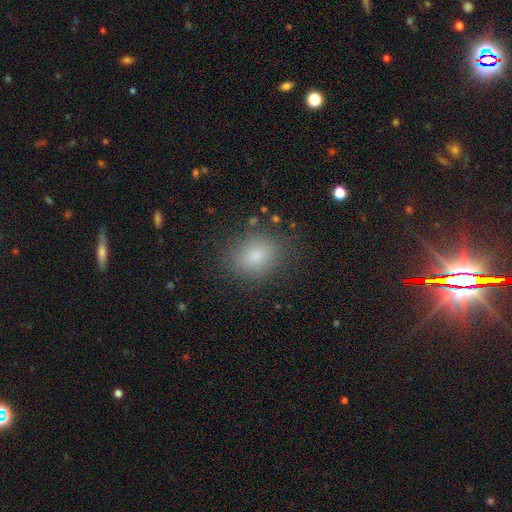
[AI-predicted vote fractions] Smooth or featured? smooth (80%)
How rounded? round (55%)
Merging? none (82%)